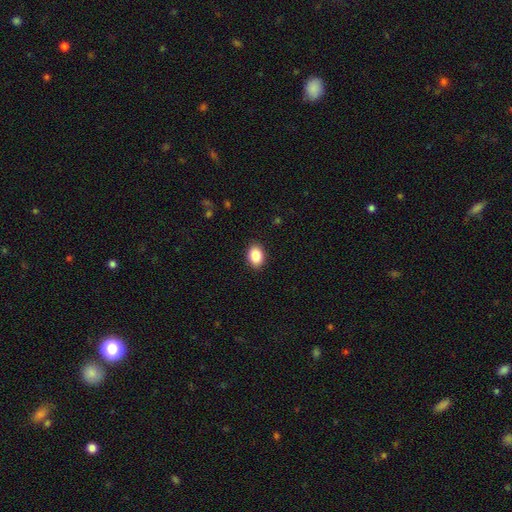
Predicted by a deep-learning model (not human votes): smooth_or_featured: smooth (p=0.88) [alt: star or artifact p=0.08]
how_rounded: in between (p=0.76) [alt: round p=0.23]
merging: none (p=0.89) [alt: minor disturbance p=0.08]